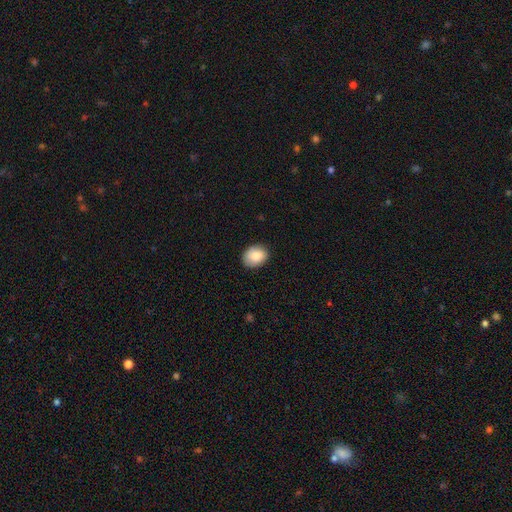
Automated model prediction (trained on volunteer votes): This is clearly a smooth galaxy (84%). How rounded: likely in between (62%). Merging: clearly none (82%).